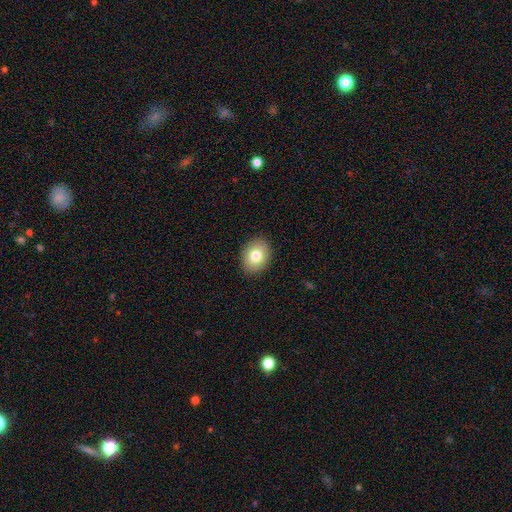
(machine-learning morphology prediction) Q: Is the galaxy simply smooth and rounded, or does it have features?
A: smooth — 79%.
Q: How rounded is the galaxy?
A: in between — 60%.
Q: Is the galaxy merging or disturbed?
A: none — 90%.